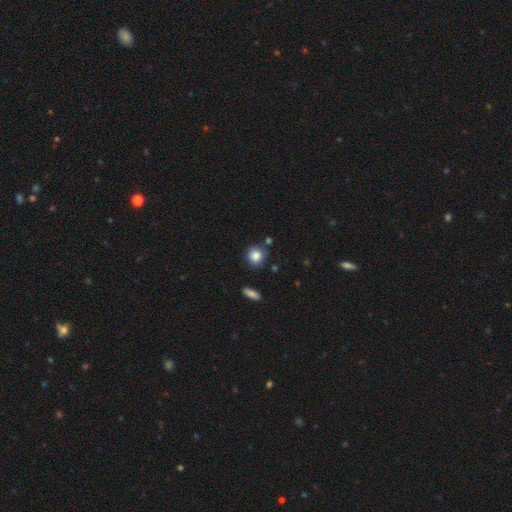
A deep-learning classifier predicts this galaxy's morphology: Smooth or featured? smooth (85%)
How rounded? round (84%)
Merging? none (79%)